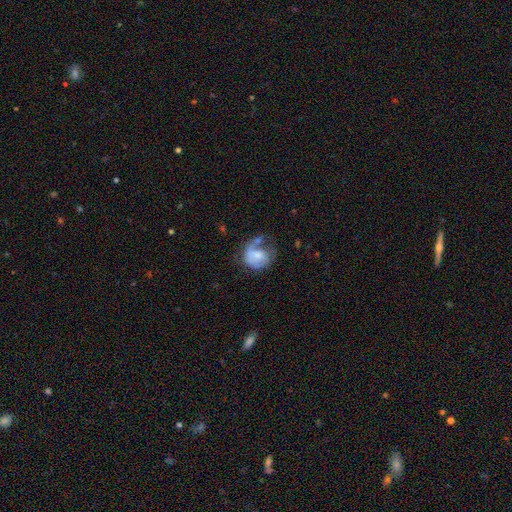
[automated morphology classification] A smooth galaxy with no disk features (53%) that is round (57%).

Vote fractions:
- Smooth or featured? smooth: 53% / featured or disk: 38% / star or artifact: 8%
- How rounded? round: 57% / in between: 42% / cigar-shaped: 1%
- Merging? major disturbance: 33% / none: 29% / minor disturbance: 25% / merger: 13%